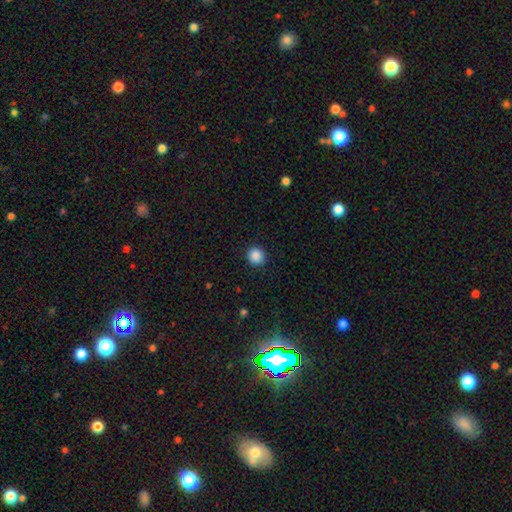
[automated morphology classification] Smooth or featured? smooth (88%)
How rounded? round (89%)
Merging? none (91%)